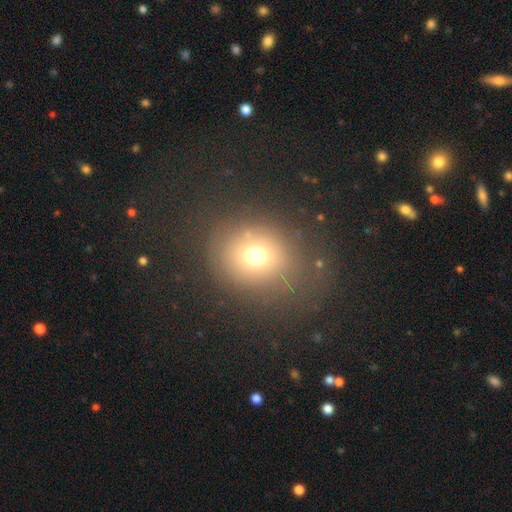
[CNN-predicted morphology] Smooth or featured?
  - smooth: 69% *
  - star or artifact: 19%
  - featured or disk: 12%
How rounded?
  - round: 78% *
  - in between: 21%
  - cigar-shaped: 1%
Merging?
  - none: 76% *
  - minor disturbance: 12%
  - major disturbance: 9%
  - merger: 2%